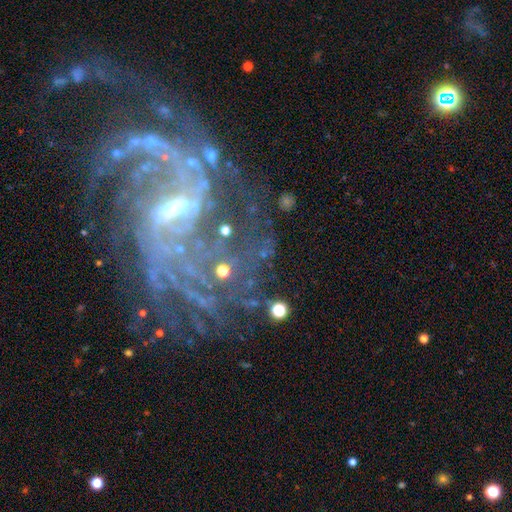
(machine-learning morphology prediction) This appears to be a featured or disk galaxy (87%) with a weak bar (48%), medium (41%) spiral arms (96%) and a small central bulge (59%). Merging: none (58%).